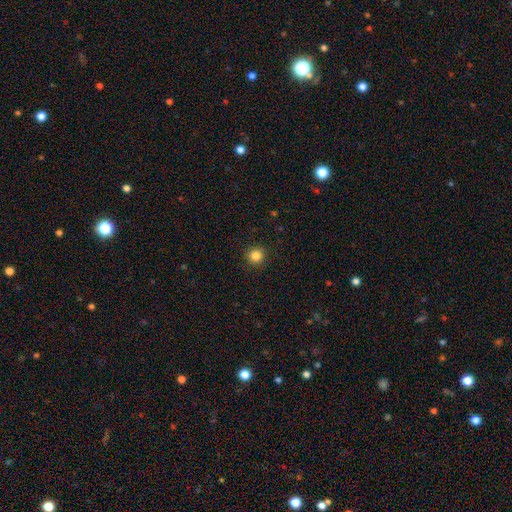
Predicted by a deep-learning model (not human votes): This is clearly a smooth galaxy (84%). How rounded: clearly round (94%). Merging: clearly none (92%).